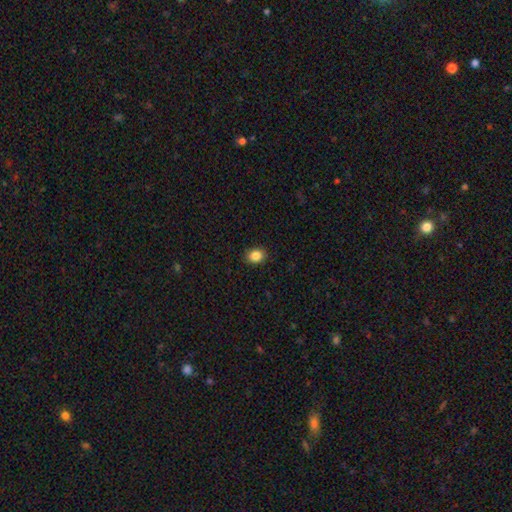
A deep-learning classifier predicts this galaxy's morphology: A smooth galaxy with no disk features (86%) that is in between round and cigar-shaped (50%). Merging: none (90%).